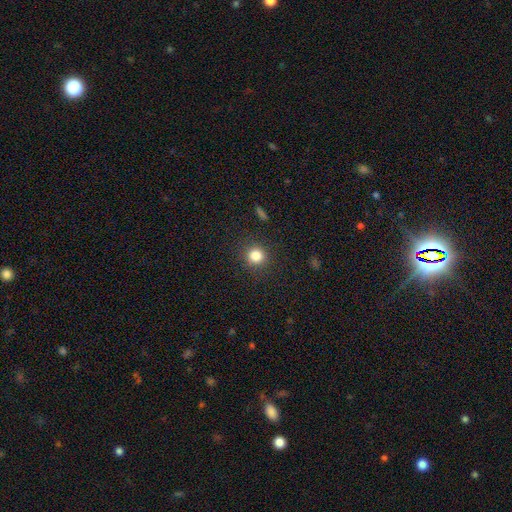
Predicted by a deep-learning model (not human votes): smooth 83%, star or artifact 12%, featured or disk 5%. Down the decision tree: how rounded — round (90%); merging — none (89%).